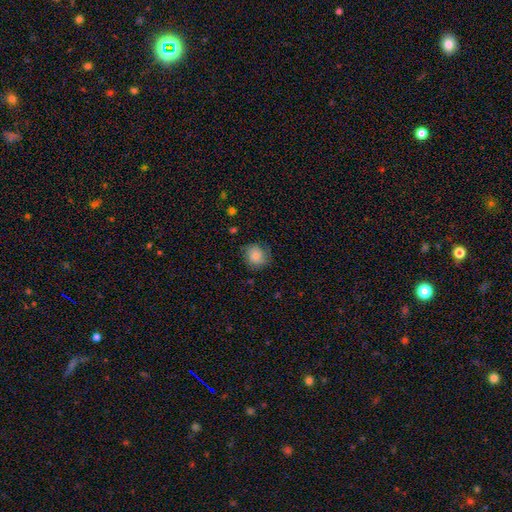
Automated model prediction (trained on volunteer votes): Q: Smooth or featured?
A: smooth (79%); runner-up: featured or disk (13%)
Q: How rounded?
A: round (76%); runner-up: in between (23%)
Q: Merging?
A: none (71%); runner-up: minor disturbance (21%)